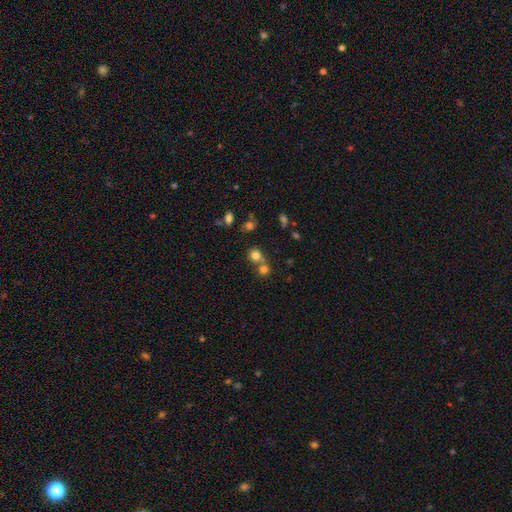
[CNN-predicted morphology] Overall: smooth (76%). How rounded: round (84%). Merging: none (51%; merger 40%).